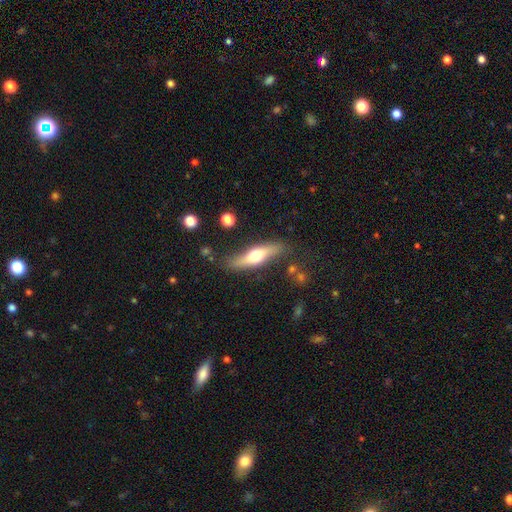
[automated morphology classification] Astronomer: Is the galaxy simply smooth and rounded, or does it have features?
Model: featured or disk — 51% (runner-up: smooth, 43%).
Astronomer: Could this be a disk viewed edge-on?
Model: yes — 84%.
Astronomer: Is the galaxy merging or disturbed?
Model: none — 79%.